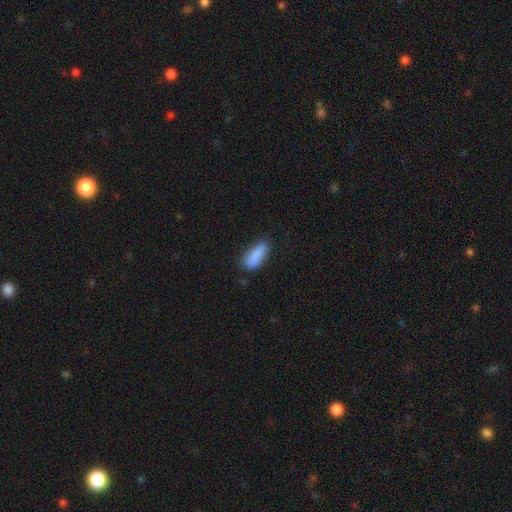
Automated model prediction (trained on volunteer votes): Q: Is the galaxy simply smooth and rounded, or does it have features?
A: smooth — 87%.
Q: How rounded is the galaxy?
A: in between — 71%.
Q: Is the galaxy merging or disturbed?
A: none — 72%.